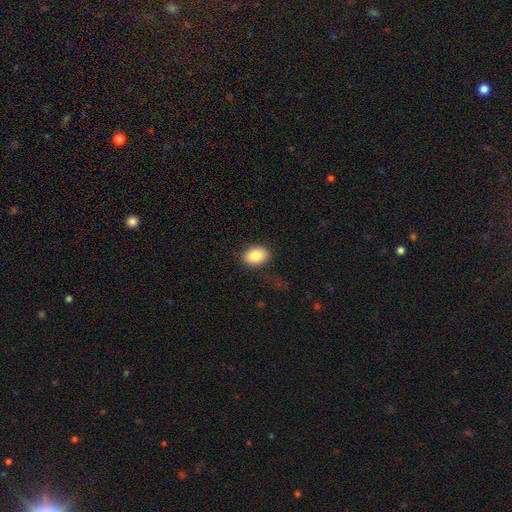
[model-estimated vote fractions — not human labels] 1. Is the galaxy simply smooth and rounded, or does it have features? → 87% smooth, 7% star or artifact, 5% featured or disk.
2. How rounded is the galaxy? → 78% in between, 21% round, 1% cigar-shaped.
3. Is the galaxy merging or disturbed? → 84% none, 11% minor disturbance, 4% major disturbance, 1% merger.